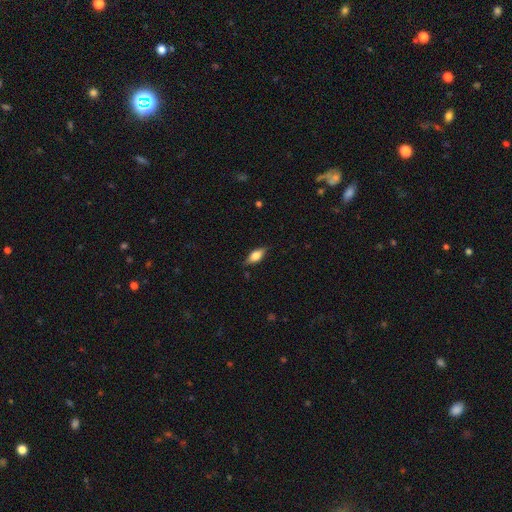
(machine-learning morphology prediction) Smooth or featured?
  - smooth: 61% *
  - featured or disk: 31%
  - star or artifact: 7%
How rounded?
  - in between: 78% *
  - cigar-shaped: 18%
  - round: 4%
Merging?
  - none: 82% *
  - minor disturbance: 14%
  - major disturbance: 3%
  - merger: 1%